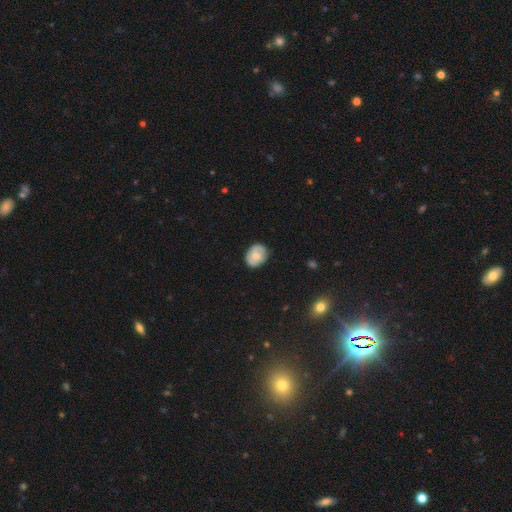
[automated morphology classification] This appears to be a smooth galaxy with no disk features (66%) that is in between round and cigar-shaped (55%). Merging: none (78%).